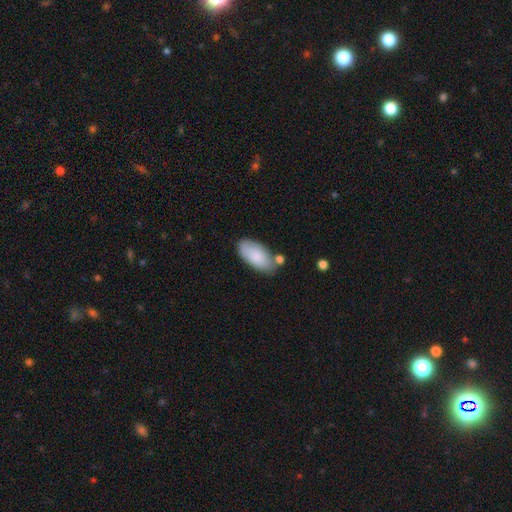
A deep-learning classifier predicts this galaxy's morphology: Smooth or featured: smooth — 82% (featured or disk — 12%)
How rounded: in between — 93% (cigar-shaped — 5%)
Merging: none — 67% (minor disturbance — 19%)